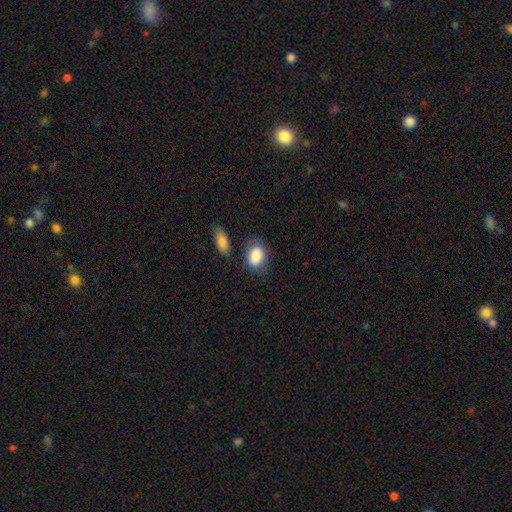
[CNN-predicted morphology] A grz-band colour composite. It shows a smooth galaxy with no disk features (87%) that is in between round and cigar-shaped (78%). Merging: none (66%).